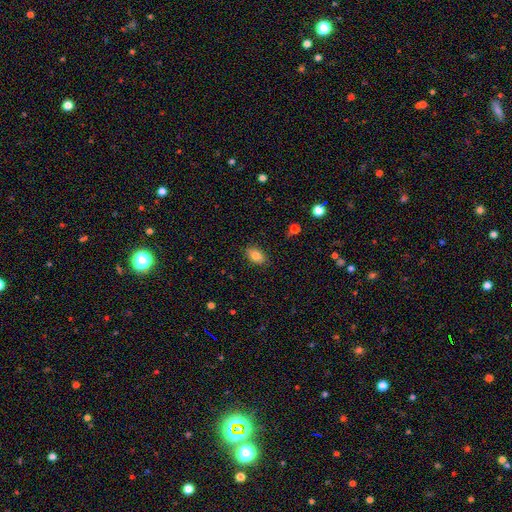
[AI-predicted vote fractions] The model was most divided on "smooth or featured": smooth: 83%, star or artifact: 9%, featured or disk: 8%. More confident: how rounded — in between (87%); merging — none (86%).